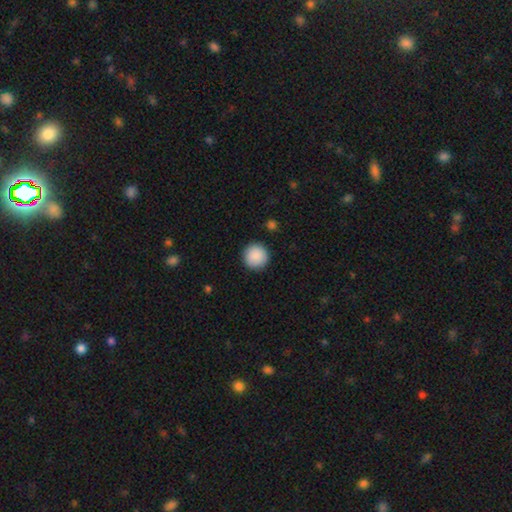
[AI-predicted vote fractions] Q: Smooth or featured?
A: smooth (90%); runner-up: star or artifact (7%)
Q: How rounded?
A: round (95%); runner-up: in between (4%)
Q: Merging?
A: none (91%); runner-up: minor disturbance (6%)